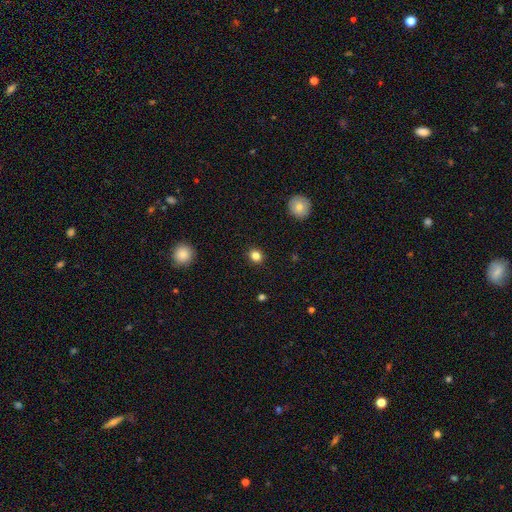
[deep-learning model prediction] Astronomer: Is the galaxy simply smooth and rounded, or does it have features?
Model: smooth — 83%.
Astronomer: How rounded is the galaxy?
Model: round — 81%.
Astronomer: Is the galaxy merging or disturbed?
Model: none — 91%.